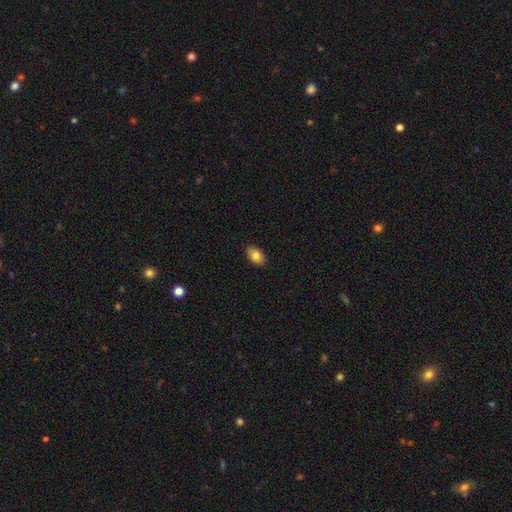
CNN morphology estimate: This appears to be a smooth galaxy with no disk features (83%) that is in between round and cigar-shaped (87%). Merging: none (89%).